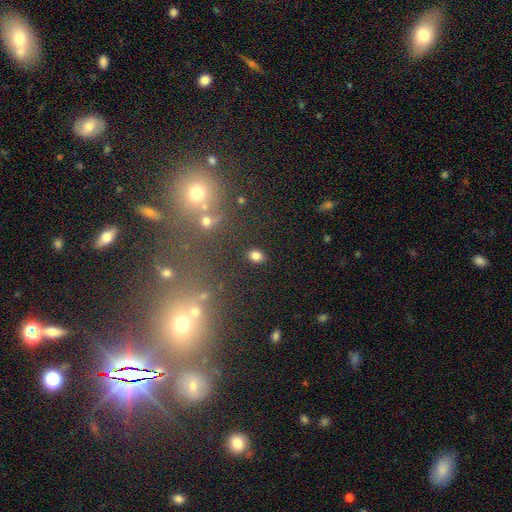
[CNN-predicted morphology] A smooth galaxy with no disk features (81%) that is in between round and cigar-shaped (56%).

Vote fractions:
- Smooth or featured? smooth: 81% / star or artifact: 13% / featured or disk: 6%
- How rounded? in between: 56% / round: 42% / cigar-shaped: 1%
- Merging? none: 87% / minor disturbance: 8% / major disturbance: 3% / merger: 3%